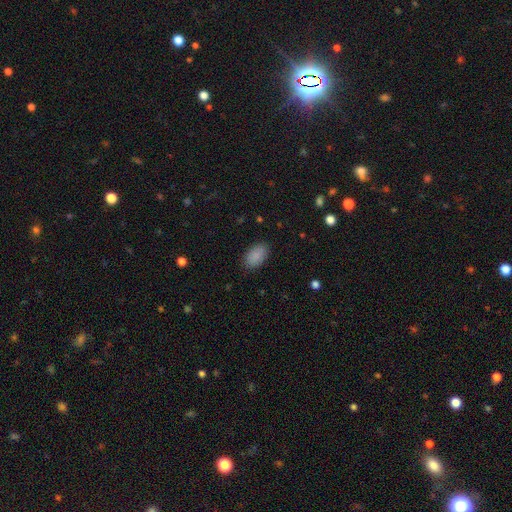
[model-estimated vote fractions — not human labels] Smooth or featured? smooth (89%)
How rounded? in between (93%)
Merging? none (86%)